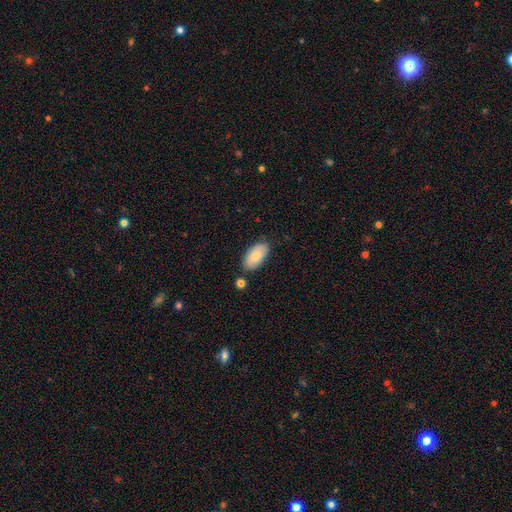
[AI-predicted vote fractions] This appears to be a smooth galaxy with no disk features (80%) that is in between round and cigar-shaped (95%). Merging: none (82%).